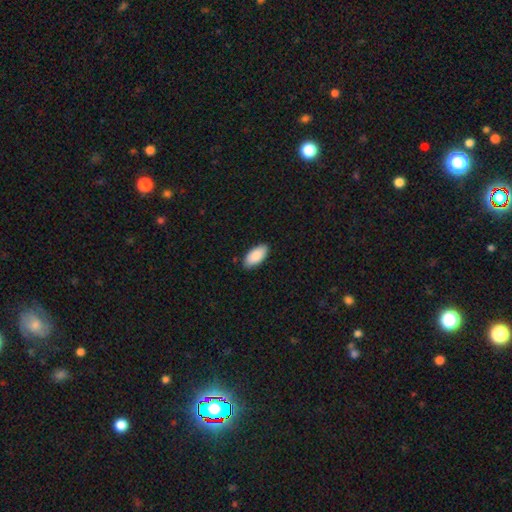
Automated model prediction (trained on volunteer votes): Q: Smooth or featured?
A: smooth (90%); runner-up: star or artifact (6%)
Q: How rounded?
A: in between (93%); runner-up: cigar-shaped (6%)
Q: Merging?
A: none (87%); runner-up: minor disturbance (10%)